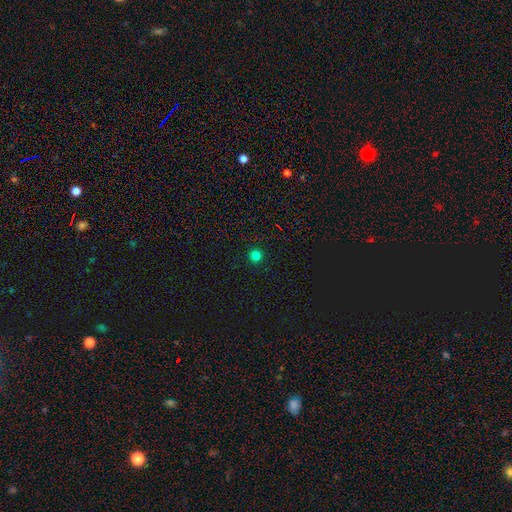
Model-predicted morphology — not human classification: Overall: smooth (80%). How rounded: round (96%). Merging: none (93%).